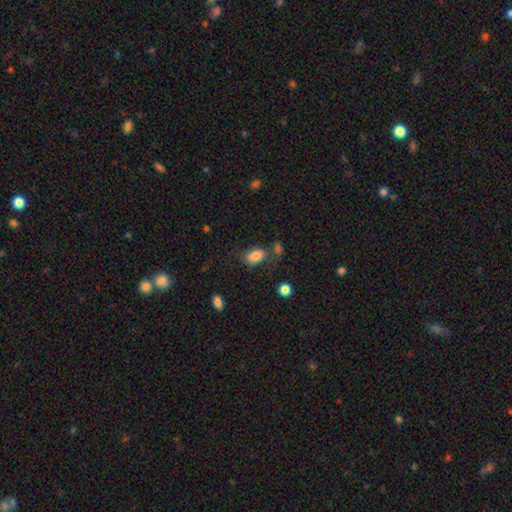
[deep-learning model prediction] Overall: smooth (83%). How rounded: in between (89%). Merging: none (59%; minor disturbance 19%).